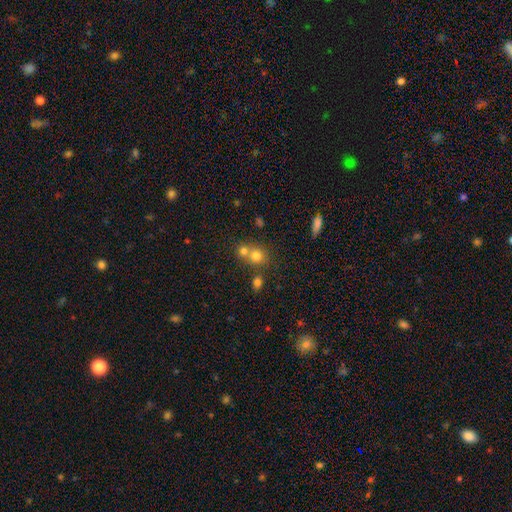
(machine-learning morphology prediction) Smooth or featured: smooth — 74% (star or artifact — 15%)
How rounded: round — 80% (in between — 19%)
Merging: merger — 47% (none — 44%)